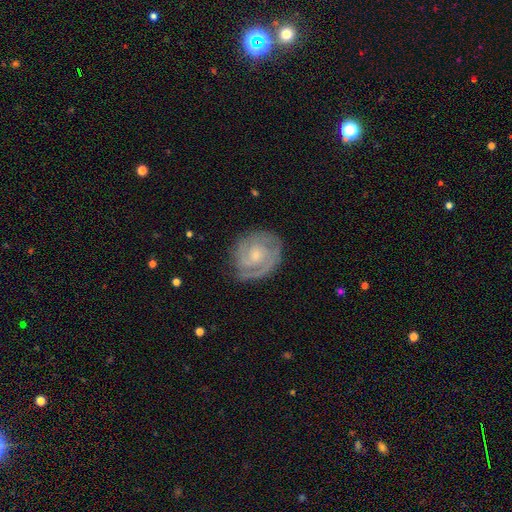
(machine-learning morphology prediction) Smooth or featured: featured or disk — 85% (smooth — 10%)
Edge-on disk: no — 98% (yes — 2%)
Bar: no — 65% (weak — 30%)
Spiral arms: yes — 96% (no — 4%)
Spiral winding: tight — 67% (medium — 28%)
Spiral arm count: 2 — 57% (can't tell — 15%)
Bulge size: small — 63% (moderate — 29%)
Merging: none — 77% (minor disturbance — 16%)